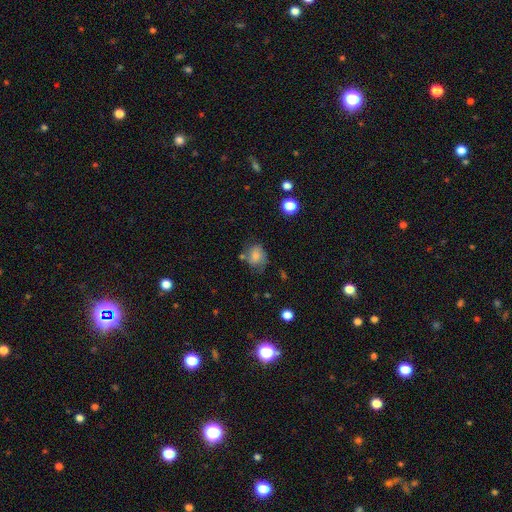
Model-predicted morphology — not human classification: Smooth or featured?
  - smooth: 65% *
  - featured or disk: 23%
  - star or artifact: 11%
How rounded?
  - round: 55% *
  - in between: 44%
  - cigar-shaped: 1%
Merging?
  - none: 54% *
  - minor disturbance: 26%
  - major disturbance: 11%
  - merger: 8%